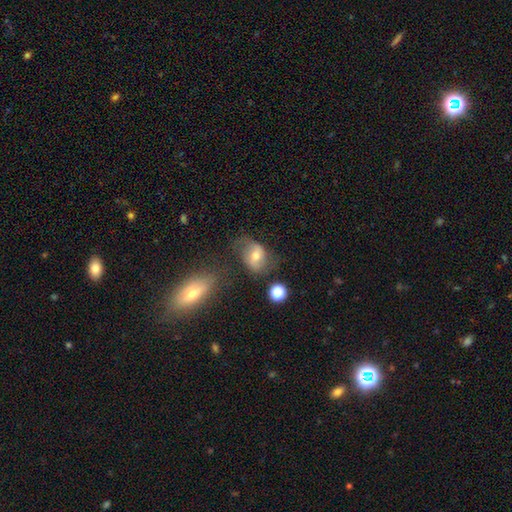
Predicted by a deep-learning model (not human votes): Morphology: type=smooth (46%); merging=none (53%).